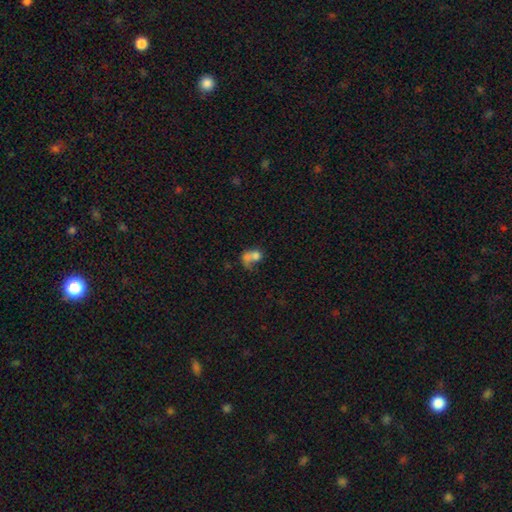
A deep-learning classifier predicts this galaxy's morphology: Overall: smooth (62%; featured or disk 26%). How rounded: in between (56%; round 42%). Merging: merger (46%; major disturbance 25%).